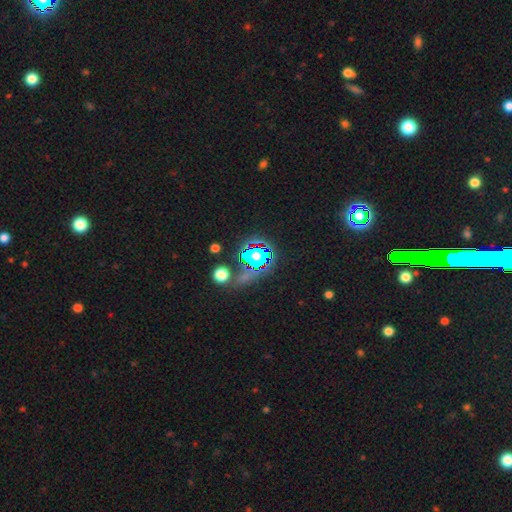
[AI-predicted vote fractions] Smooth or featured? Predicted: star or artifact (p=0.57).